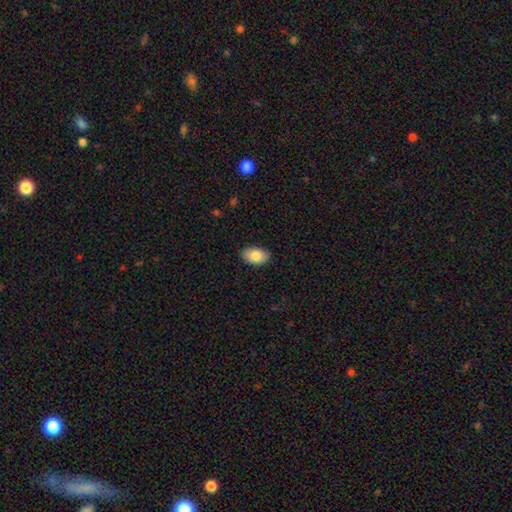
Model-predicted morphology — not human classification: smooth 85%, featured or disk 9%, star or artifact 7%. Down the decision tree: how rounded — in between (90%); merging — none (87%).